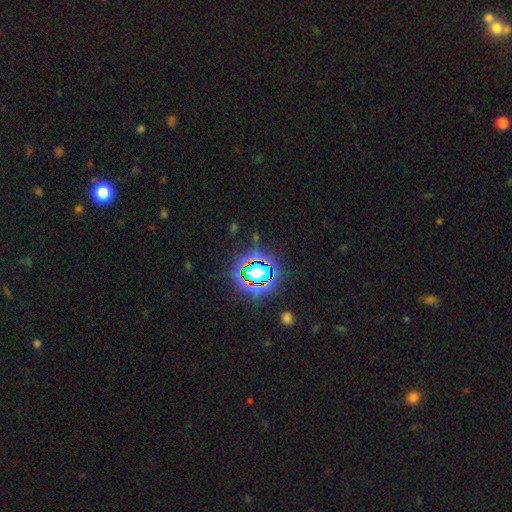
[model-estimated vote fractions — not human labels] Q: Smooth or featured?
A: star or artifact (77%); runner-up: smooth (14%)